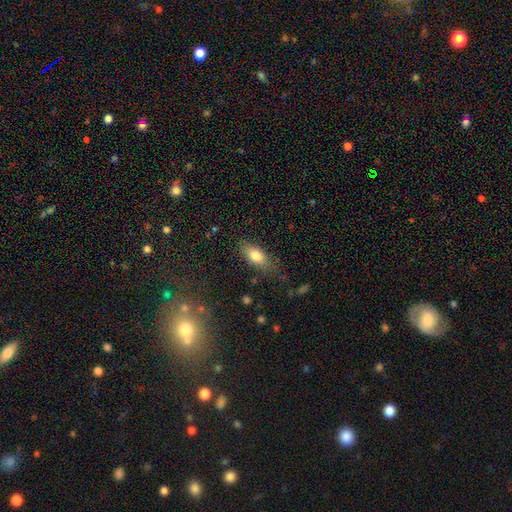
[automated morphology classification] This appears to be a smooth galaxy with no disk features (79%) that is in between round and cigar-shaped (84%). Merging: none (73%).